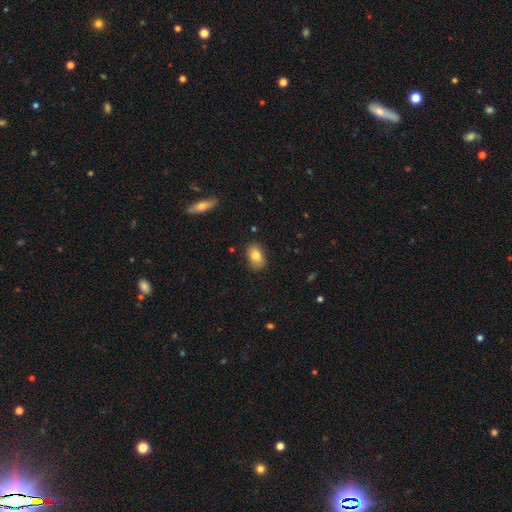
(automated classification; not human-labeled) Overall: smooth (80%). How rounded: in between (83%). Merging: none (86%).